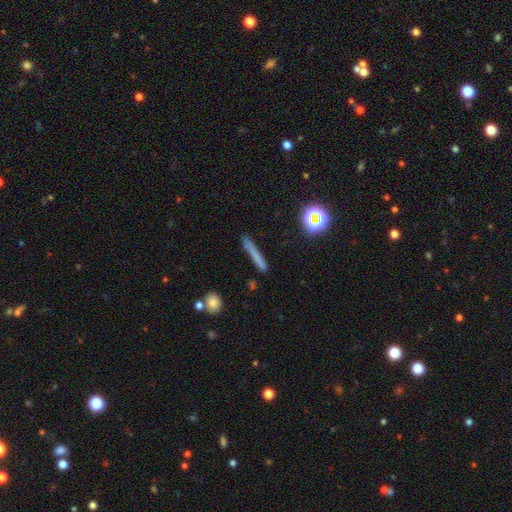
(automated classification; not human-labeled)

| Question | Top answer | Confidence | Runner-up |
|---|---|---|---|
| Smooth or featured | smooth | 64% | featured or disk (23%) |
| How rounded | cigar-shaped | 93% | in between (4%) |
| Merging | none | 82% | minor disturbance (12%) |